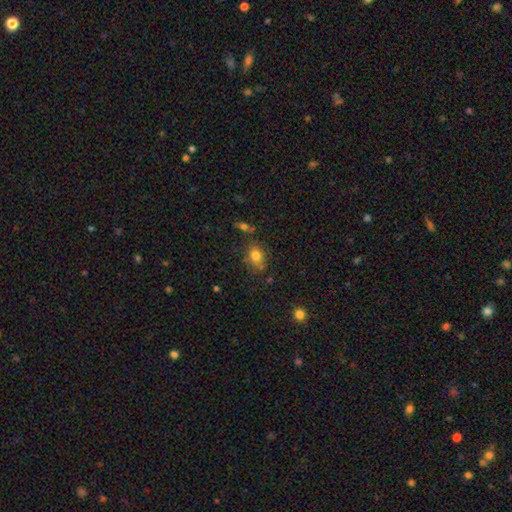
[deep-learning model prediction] smooth_or_featured: smooth (p=0.80) [alt: star or artifact p=0.11]
how_rounded: in between (p=0.53) [alt: round p=0.45]
merging: none (p=0.68) [alt: minor disturbance p=0.19]